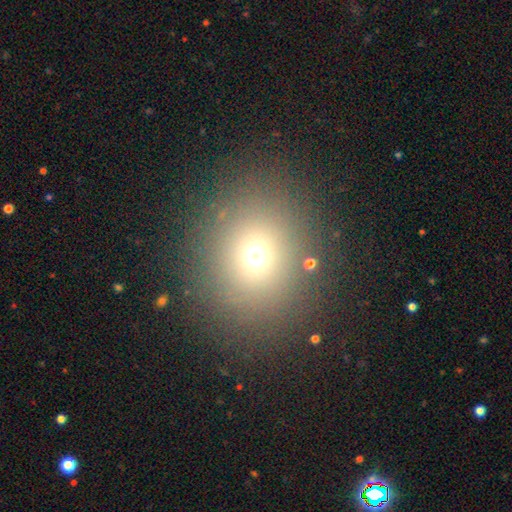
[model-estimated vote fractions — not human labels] This appears to be a smooth galaxy with no disk features (66%) that is round (76%). Merging: none (86%).